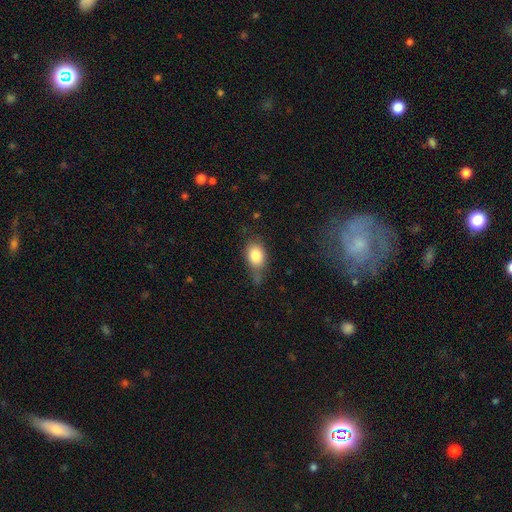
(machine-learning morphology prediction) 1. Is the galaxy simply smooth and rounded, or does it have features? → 82% smooth, 9% featured or disk, 8% star or artifact.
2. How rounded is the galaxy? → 71% in between, 27% round, 2% cigar-shaped.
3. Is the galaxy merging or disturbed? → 54% none, 30% minor disturbance, 10% major disturbance, 6% merger.